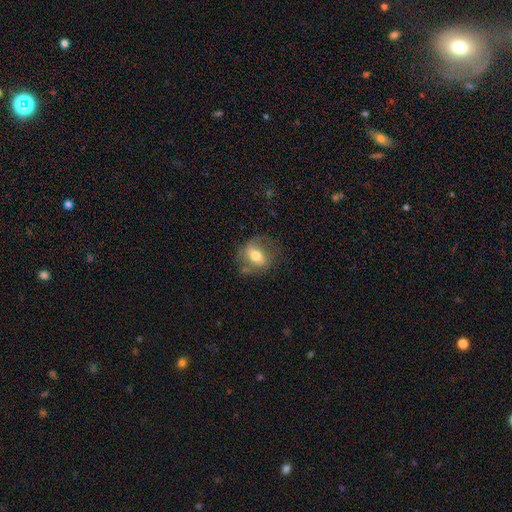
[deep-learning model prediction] Smooth or featured?
  - smooth: 52% *
  - featured or disk: 40%
  - star or artifact: 8%
How rounded?
  - in between: 51% *
  - round: 47%
  - cigar-shaped: 2%
Merging?
  - none: 62% *
  - minor disturbance: 23%
  - major disturbance: 12%
  - merger: 3%